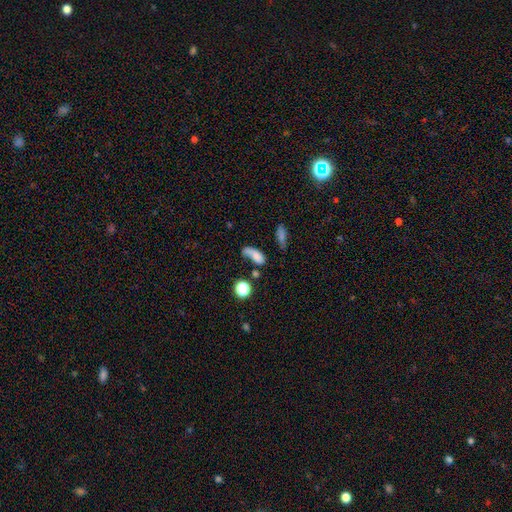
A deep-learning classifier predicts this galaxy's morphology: The model was most divided on "merging": none: 33%, major disturbance: 25%, minor disturbance: 21%, merger: 20%. More confident: how rounded — in between (72%); smooth or featured — smooth (68%).